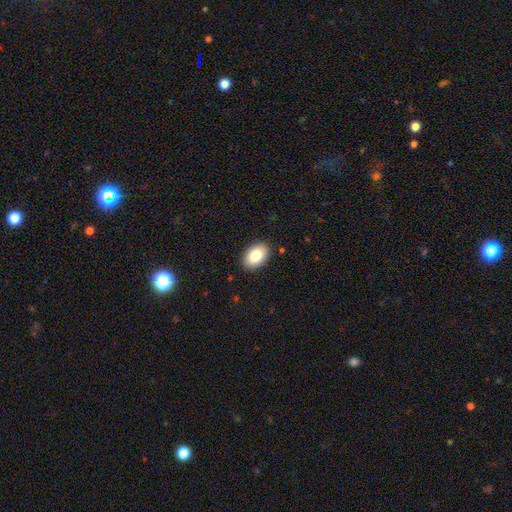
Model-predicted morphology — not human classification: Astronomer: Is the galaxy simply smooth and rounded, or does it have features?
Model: smooth — 84%.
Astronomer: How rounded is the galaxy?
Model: in between — 89%.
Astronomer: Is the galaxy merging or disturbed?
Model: none — 89%.